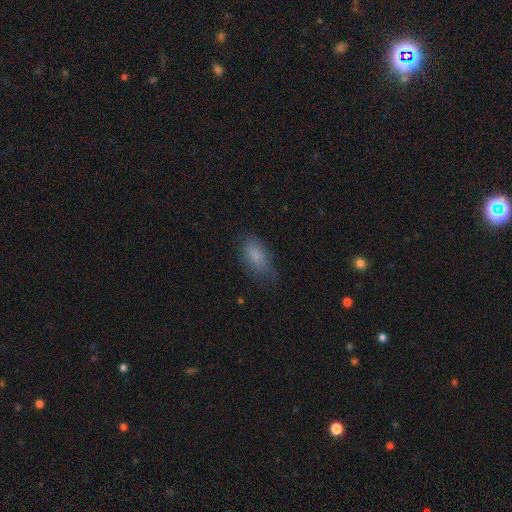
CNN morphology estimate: A smooth galaxy with no disk features (83%) that is in between round and cigar-shaped (89%).

Vote fractions:
- Smooth or featured? smooth: 83% / featured or disk: 9% / star or artifact: 8%
- How rounded? in between: 89% / cigar-shaped: 7% / round: 4%
- Merging? none: 72% / minor disturbance: 21% / major disturbance: 6% / merger: 1%